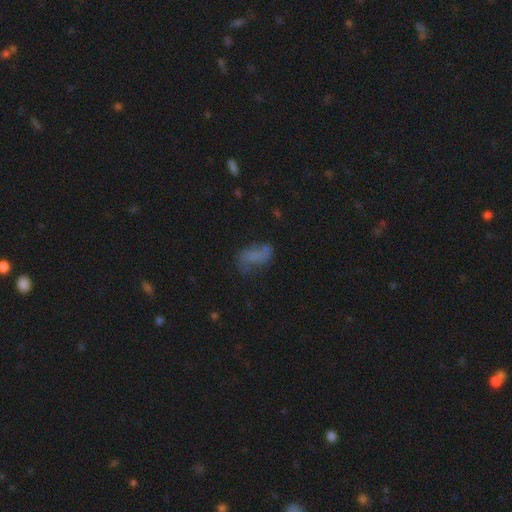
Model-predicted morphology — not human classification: A smooth galaxy with no disk features (50%) that is in between round and cigar-shaped (85%). Merging: none (45%).